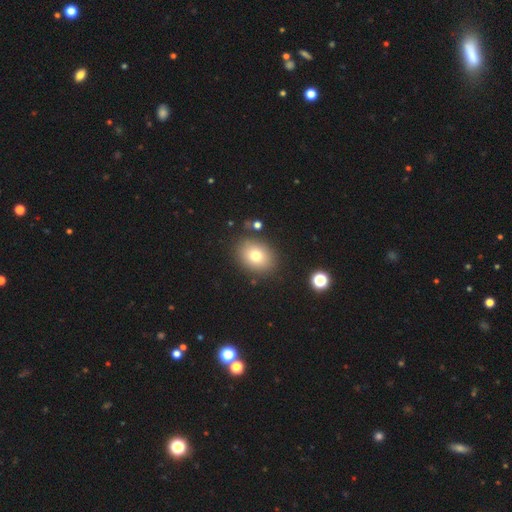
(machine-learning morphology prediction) Overall: smooth (76%). How rounded: in between (59%; round 40%). Merging: none (85%).